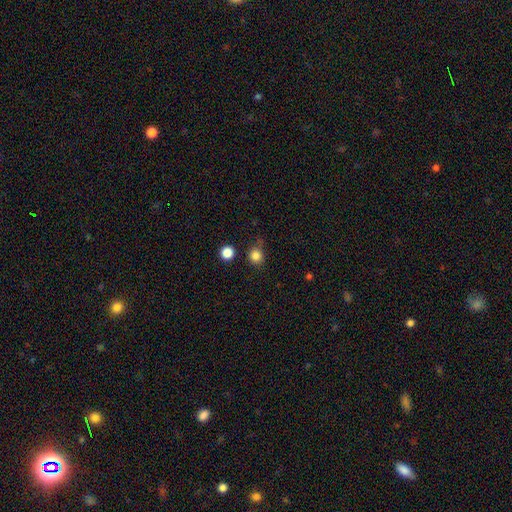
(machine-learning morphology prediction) Smooth or featured? smooth (83%)
How rounded? round (89%)
Merging? none (72%)